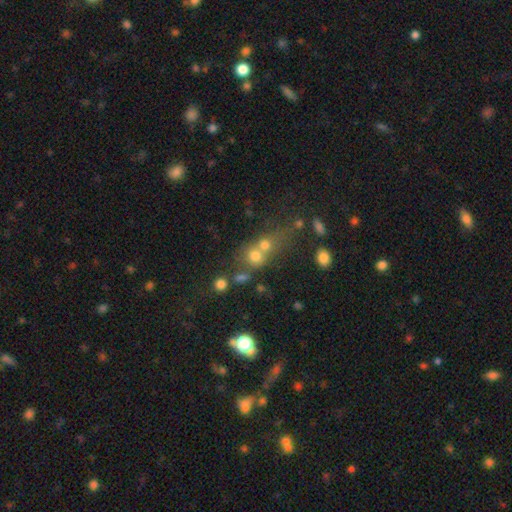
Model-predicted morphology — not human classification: Q: Smooth or featured?
A: smooth (65%); runner-up: star or artifact (19%)
Q: How rounded?
A: round (77%); runner-up: in between (21%)
Q: Merging?
A: merger (55%); runner-up: none (33%)